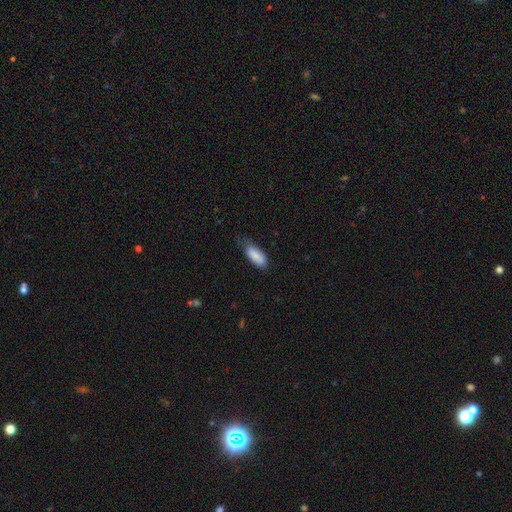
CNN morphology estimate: smooth 85%, featured or disk 8%, star or artifact 6%. Down the decision tree: how rounded — in between (76%); merging — none (56%).